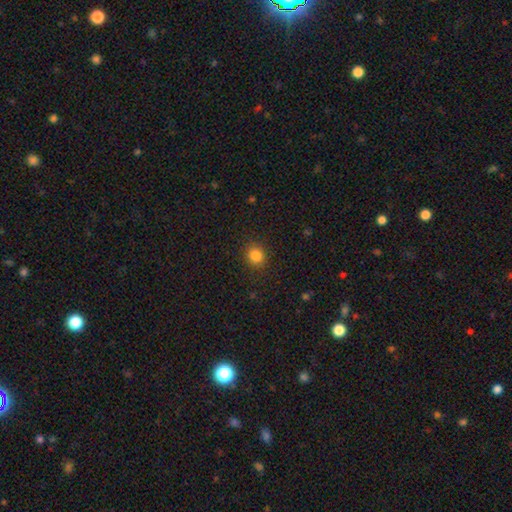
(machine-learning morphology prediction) Overall: smooth (84%). How rounded: round (81%). Merging: none (89%).